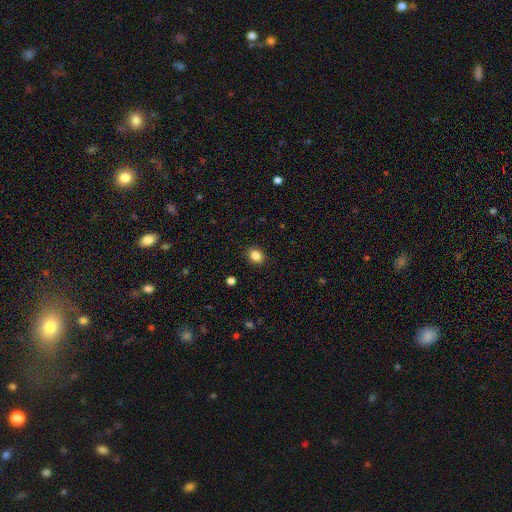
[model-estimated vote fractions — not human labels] The model was most divided on "how rounded": round: 54%, in between: 45%, cigar-shaped: 1%. More confident: merging — none (90%); smooth or featured — smooth (86%).